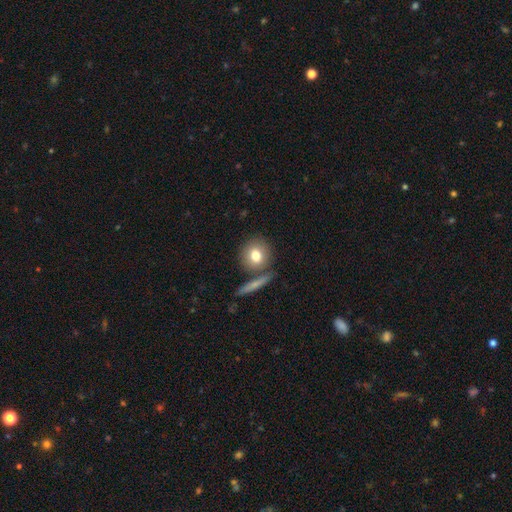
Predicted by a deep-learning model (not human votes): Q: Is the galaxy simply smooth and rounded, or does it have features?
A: smooth — 78%.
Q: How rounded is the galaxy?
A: round — 82%.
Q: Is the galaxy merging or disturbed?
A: none — 72%.